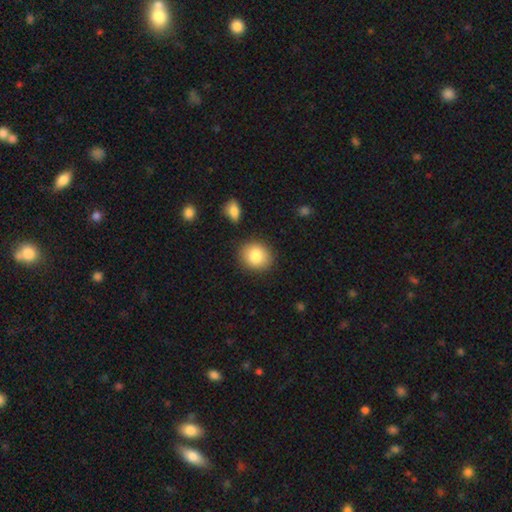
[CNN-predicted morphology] The model was most divided on "how rounded": round: 77%, in between: 22%, cigar-shaped: 1%. More confident: merging — none (87%); smooth or featured — smooth (84%).